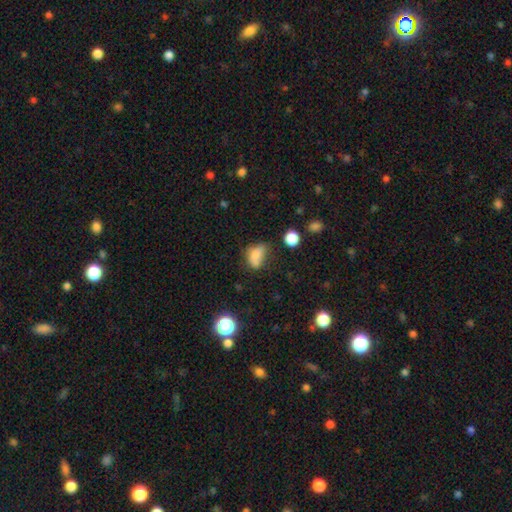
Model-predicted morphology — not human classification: Q: Smooth or featured?
A: smooth (76%); runner-up: star or artifact (13%)
Q: How rounded?
A: in between (81%); runner-up: round (15%)
Q: Merging?
A: minor disturbance (35%); tied with: none (35%)